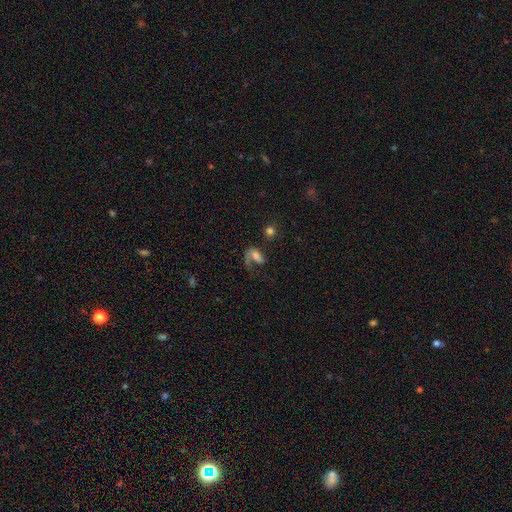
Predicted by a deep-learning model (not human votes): Smooth or featured: featured or disk — 48% (smooth — 41%)
Merging: major disturbance — 47% (none — 30%)